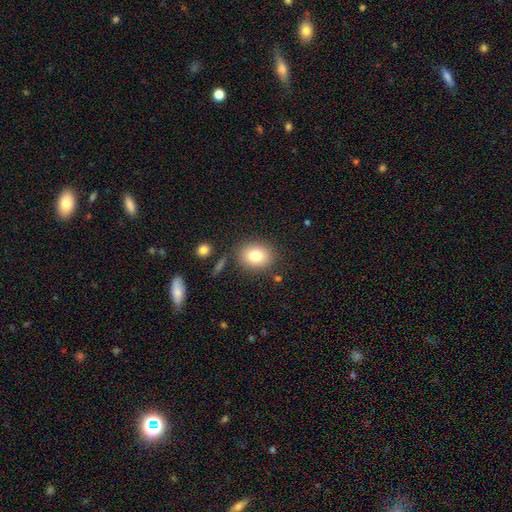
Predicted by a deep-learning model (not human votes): Smooth or featured: smooth — 80% (featured or disk — 10%)
How rounded: round — 61% (in between — 38%)
Merging: none — 83% (minor disturbance — 10%)